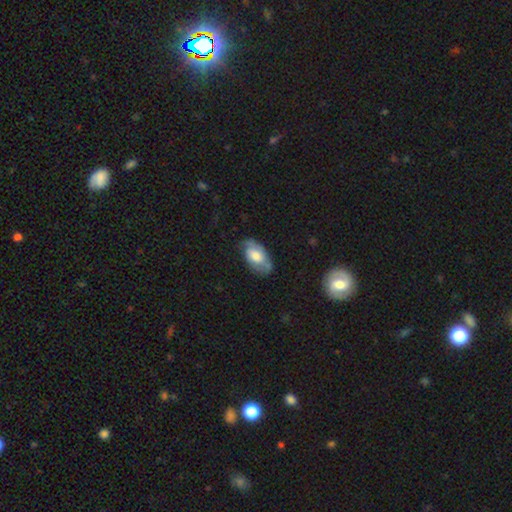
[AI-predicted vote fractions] Smooth or featured? smooth (56%)
How rounded? in between (93%)
Merging? none (58%)